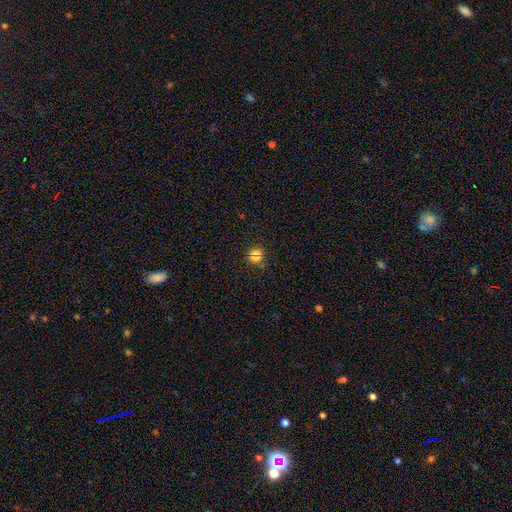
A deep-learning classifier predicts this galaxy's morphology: smooth_or_featured: smooth (p=0.74) [alt: star or artifact p=0.20]
how_rounded: round (p=0.90) [alt: in between p=0.08]
merging: none (p=0.80) [alt: minor disturbance p=0.10]